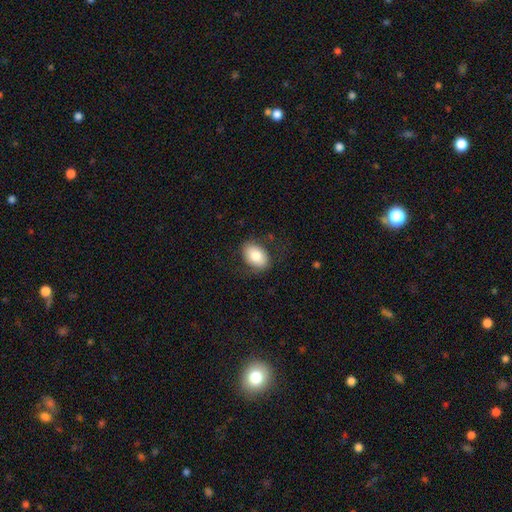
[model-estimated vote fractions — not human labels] This is likely a smooth galaxy (79%). How rounded: clearly in between (85%). Merging: likely none (79%).